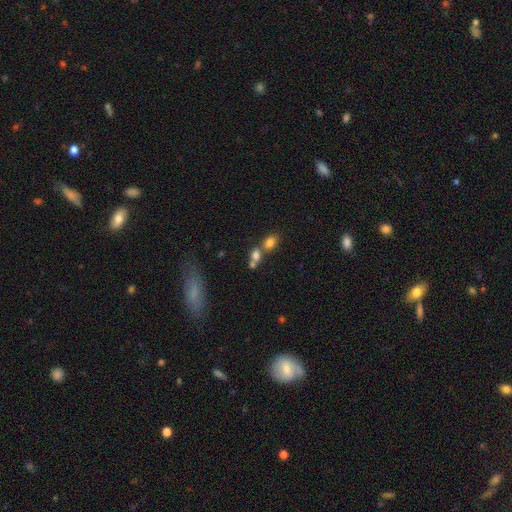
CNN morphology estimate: A smooth galaxy with no disk features (44%). Merging: none (70%).